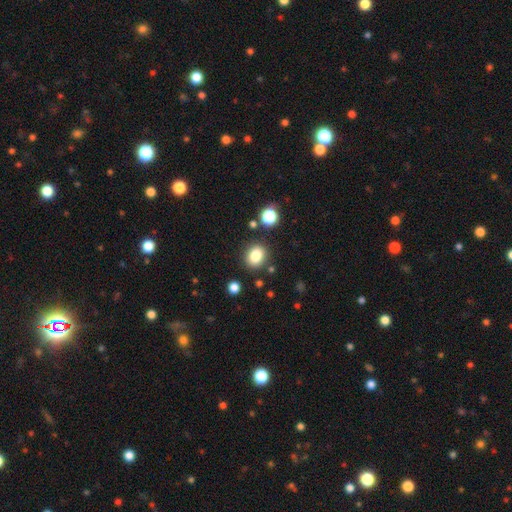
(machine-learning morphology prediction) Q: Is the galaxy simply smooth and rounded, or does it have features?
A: smooth — 82%.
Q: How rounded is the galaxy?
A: round — 62%.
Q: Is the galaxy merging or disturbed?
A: none — 83%.